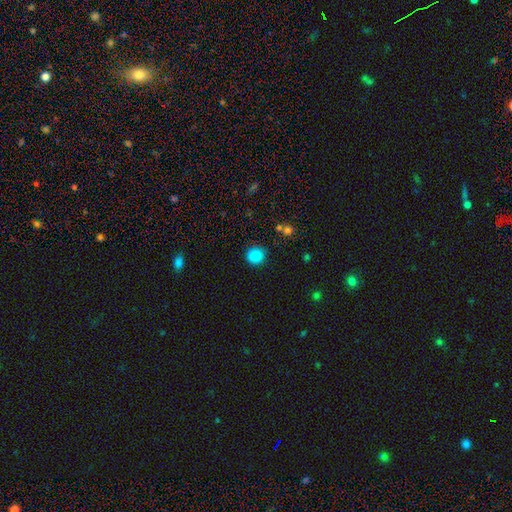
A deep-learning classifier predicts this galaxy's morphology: This is clearly a smooth galaxy (85%). How rounded: clearly round (91%). Merging: clearly none (90%).